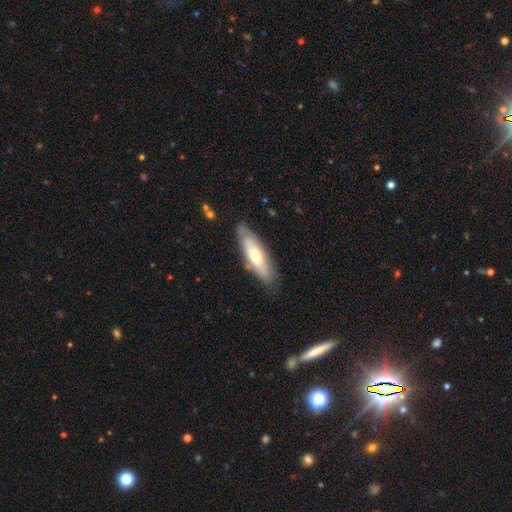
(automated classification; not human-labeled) Smooth or featured: smooth — 48% (featured or disk — 46%)
Merging: none — 78% (minor disturbance — 16%)